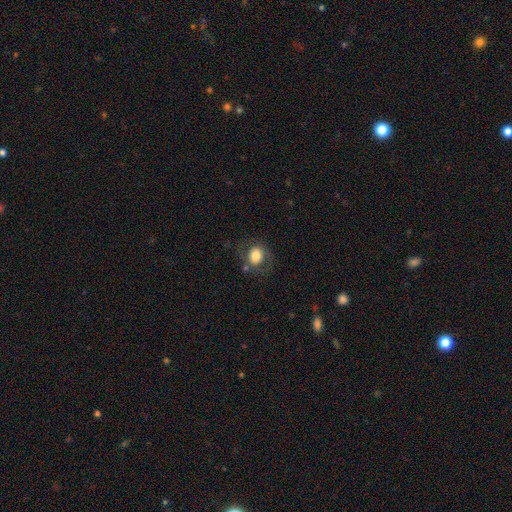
Smooth or featured? 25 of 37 (68%) said smooth. How rounded? 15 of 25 (60%) said round. Merging? 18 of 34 (53%) said none.